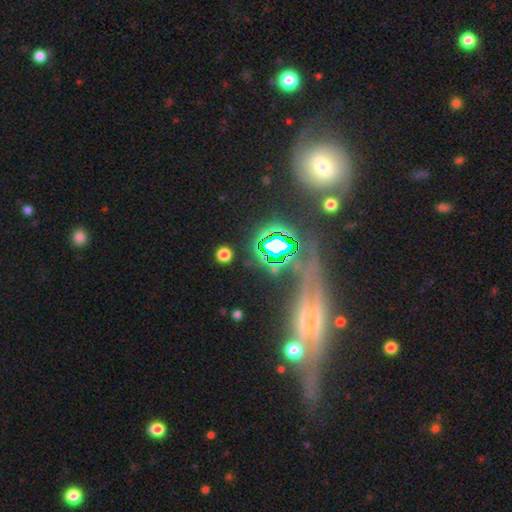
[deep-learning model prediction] Smooth or featured? Predicted: featured or disk (p=0.60). Edge-on disk? Predicted: yes (p=0.74). Merging? Predicted: none (p=0.66).